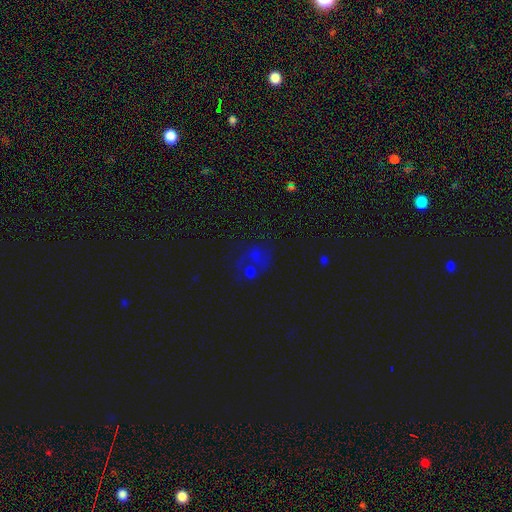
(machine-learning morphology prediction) type=star or artifact (47%).